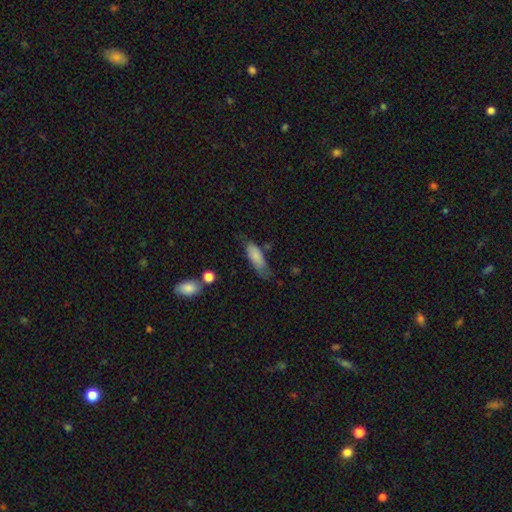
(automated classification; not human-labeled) Smooth or featured? smooth (80%)
How rounded? in between (65%)
Merging? none (51%)